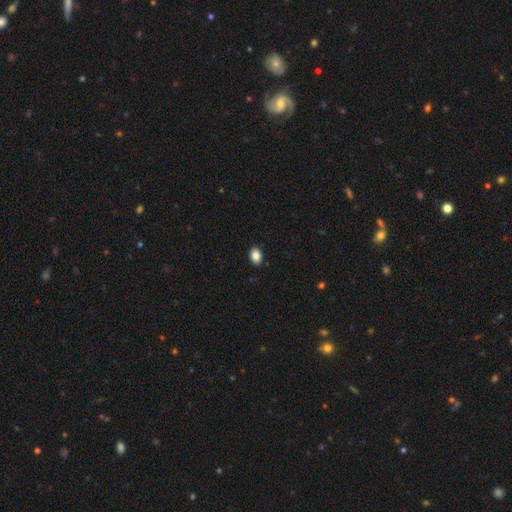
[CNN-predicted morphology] smooth 86%, star or artifact 9%, featured or disk 5%. Down the decision tree: how rounded — in between (81%); merging — none (89%).